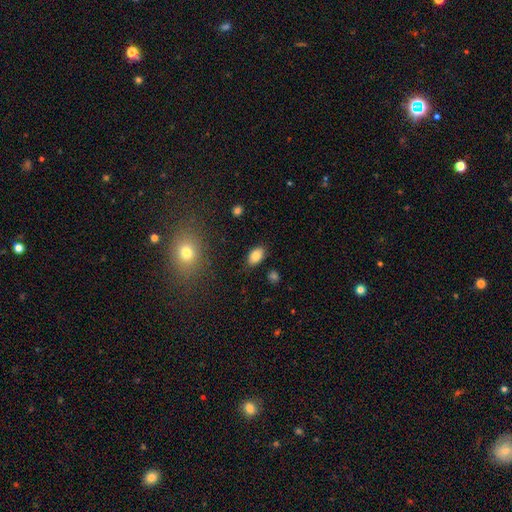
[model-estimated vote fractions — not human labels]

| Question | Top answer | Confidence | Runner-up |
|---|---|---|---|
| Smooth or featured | smooth | 82% | featured or disk (10%) |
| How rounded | in between | 91% | round (8%) |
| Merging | none | 84% | minor disturbance (11%) |